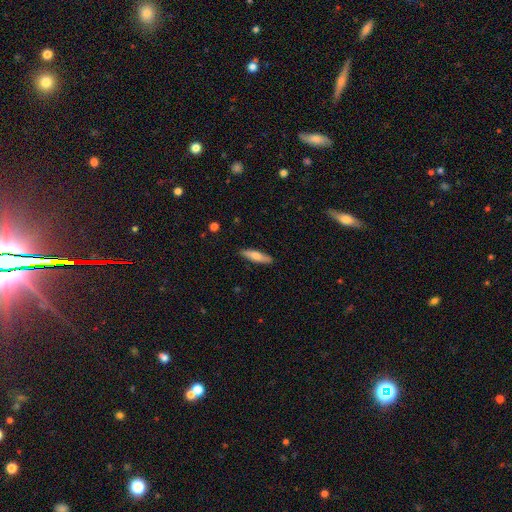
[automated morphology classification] Overall: smooth (69%). How rounded: cigar-shaped (75%). Merging: none (88%).